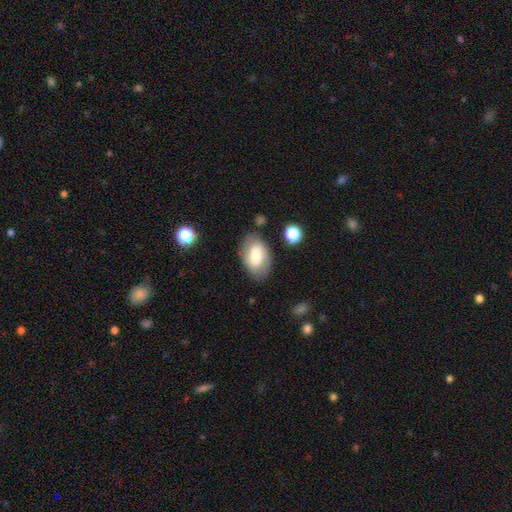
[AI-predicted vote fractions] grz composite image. It shows a smooth galaxy with no disk features (61%) that is in between round and cigar-shaped (90%). Merging: none (75%).